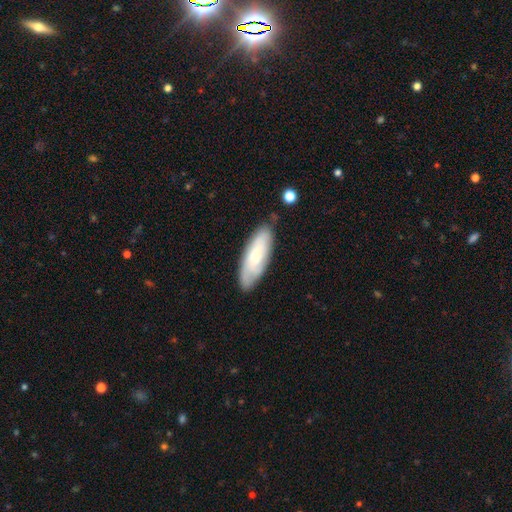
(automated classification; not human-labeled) A smooth galaxy with no disk features (56%) that is in between round and cigar-shaped (58%).

Vote fractions:
- Smooth or featured? smooth: 56% / featured or disk: 38% / star or artifact: 6%
- How rounded? in between: 58% / cigar-shaped: 41% / round: 2%
- Merging? none: 76% / minor disturbance: 18% / major disturbance: 4% / merger: 3%